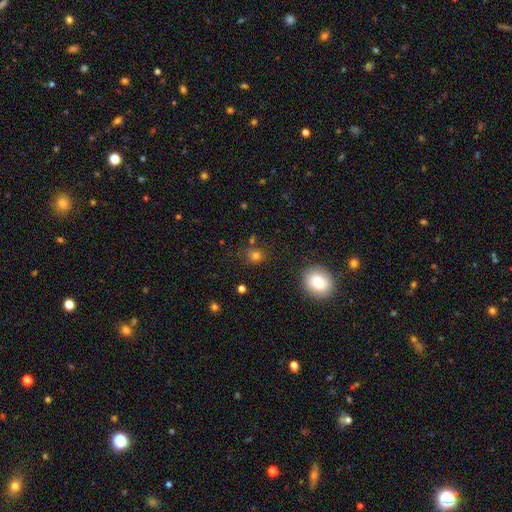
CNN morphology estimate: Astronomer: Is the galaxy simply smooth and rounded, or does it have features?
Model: smooth — 76%.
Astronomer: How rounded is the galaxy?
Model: round — 75%.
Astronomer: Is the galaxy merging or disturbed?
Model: none — 74%.